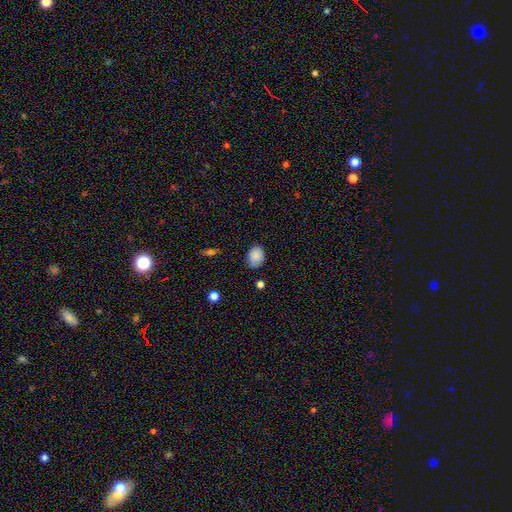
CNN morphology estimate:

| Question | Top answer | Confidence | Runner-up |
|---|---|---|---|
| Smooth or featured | smooth | 87% | star or artifact (8%) |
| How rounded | in between | 65% | round (34%) |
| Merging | none | 74% | minor disturbance (20%) |